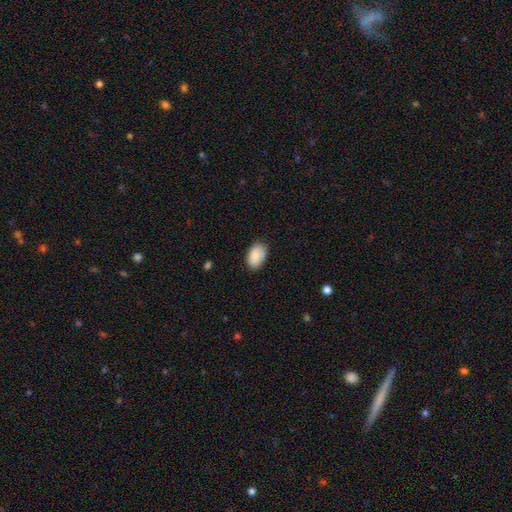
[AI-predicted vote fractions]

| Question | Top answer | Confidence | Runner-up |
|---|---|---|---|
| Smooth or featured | smooth | 87% | featured or disk (7%) |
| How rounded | in between | 91% | round (8%) |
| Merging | none | 80% | minor disturbance (16%) |